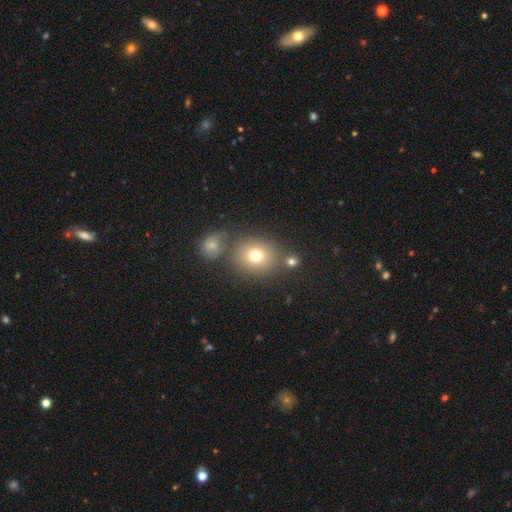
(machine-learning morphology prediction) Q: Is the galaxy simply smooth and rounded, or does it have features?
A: smooth — 75%.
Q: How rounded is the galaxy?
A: round — 74%.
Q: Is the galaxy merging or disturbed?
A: none — 70%.